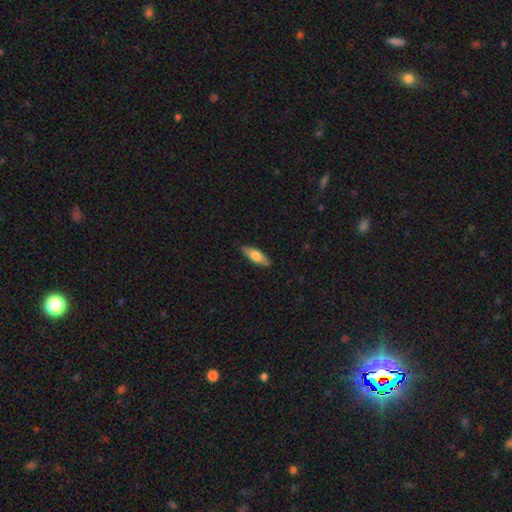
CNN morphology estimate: Overall: smooth (70%). How rounded: in between (60%; cigar-shaped 37%). Merging: none (88%).